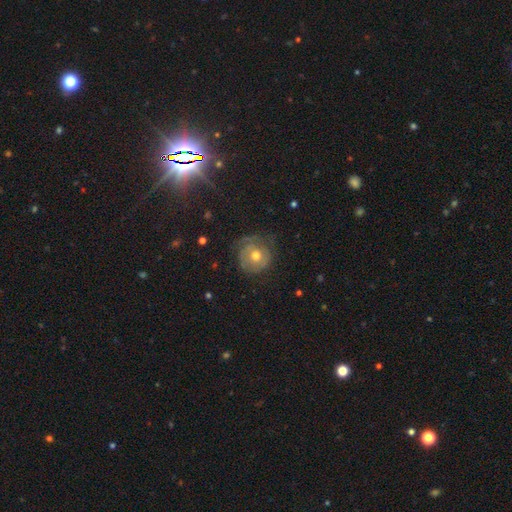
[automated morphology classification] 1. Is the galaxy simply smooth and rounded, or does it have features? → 56% featured or disk, 35% smooth, 10% star or artifact.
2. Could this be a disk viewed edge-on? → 97% no, 3% yes.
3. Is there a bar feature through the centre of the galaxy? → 84% no, 13% weak, 3% strong.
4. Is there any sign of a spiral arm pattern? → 71% yes, 29% no.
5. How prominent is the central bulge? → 73% moderate, 20% small, 5% large, 1% none, 1% dominant.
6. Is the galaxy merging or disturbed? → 60% none, 23% minor disturbance, 15% major disturbance, 2% merger.